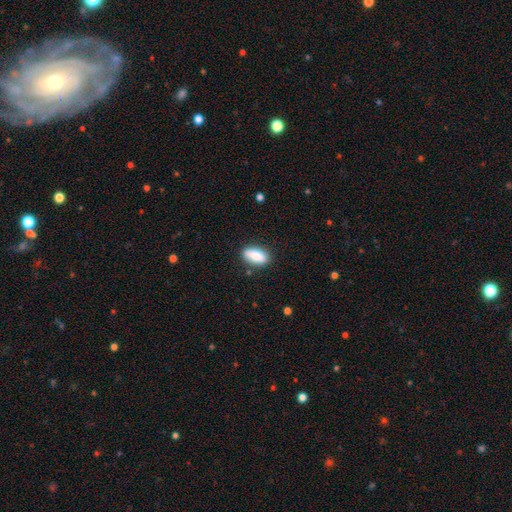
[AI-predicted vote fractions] Q: Smooth or featured?
A: smooth (86%); runner-up: featured or disk (7%)
Q: How rounded?
A: in between (87%); runner-up: cigar-shaped (10%)
Q: Merging?
A: none (83%); runner-up: minor disturbance (12%)